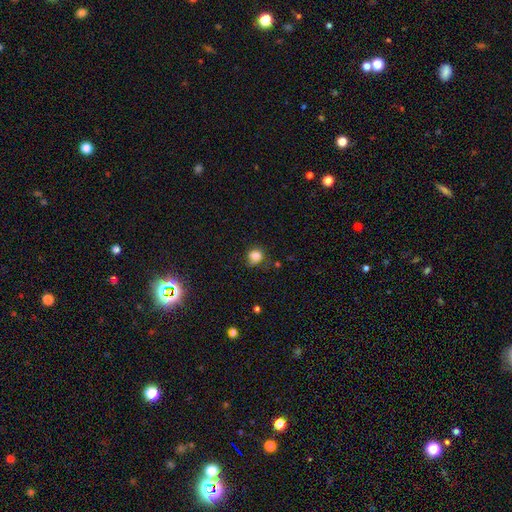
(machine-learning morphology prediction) smooth_or_featured: smooth (p=0.83) [alt: star or artifact p=0.12]
how_rounded: round (p=0.79) [alt: in between p=0.20]
merging: none (p=0.65) [alt: minor disturbance p=0.26]